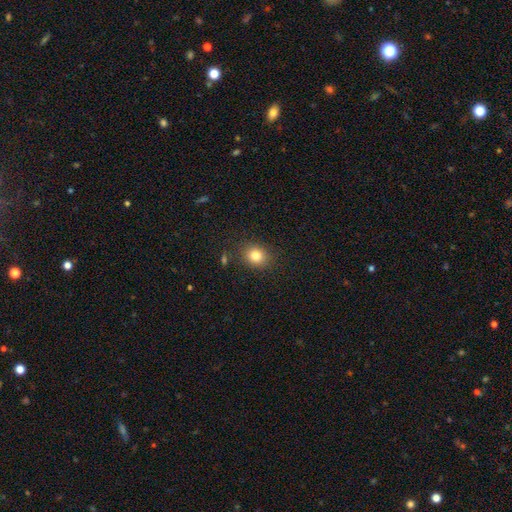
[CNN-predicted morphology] Smooth or featured? smooth (82%)
How rounded? round (69%)
Merging? none (85%)